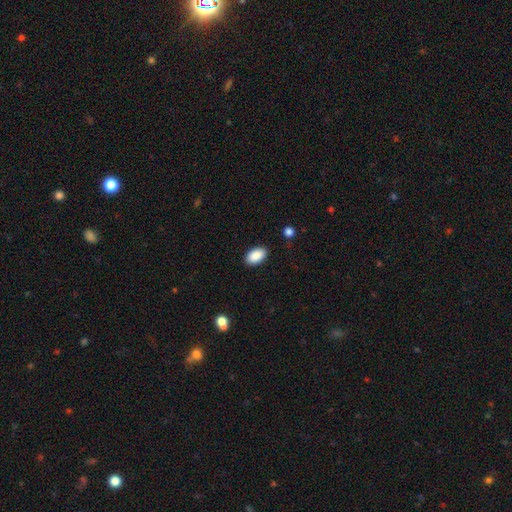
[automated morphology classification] Overall: smooth (90%). How rounded: in between (94%). Merging: none (88%).